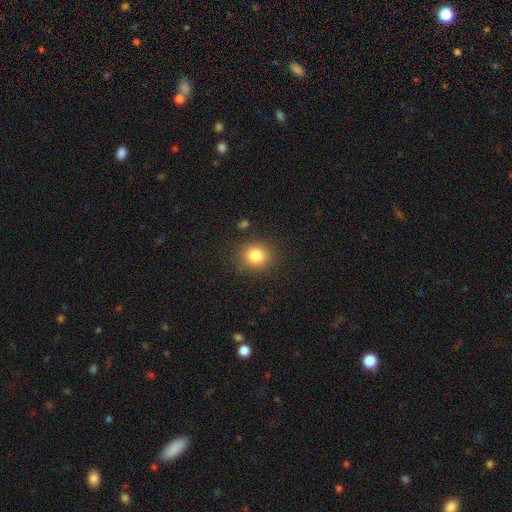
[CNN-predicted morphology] Q: Smooth or featured?
A: smooth (82%); runner-up: star or artifact (11%)
Q: How rounded?
A: round (82%); runner-up: in between (17%)
Q: Merging?
A: none (86%); runner-up: minor disturbance (9%)